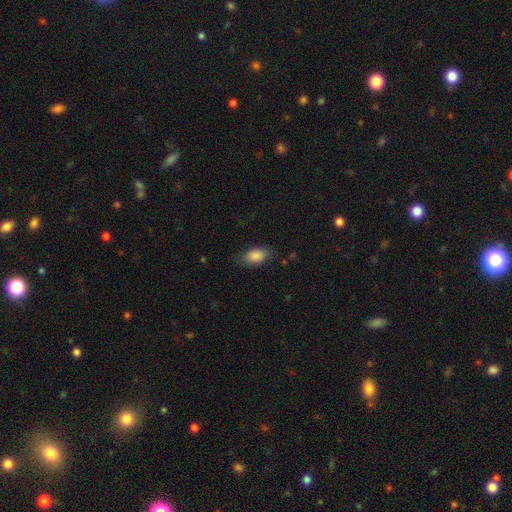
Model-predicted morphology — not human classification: Smooth or featured: smooth — 87% (star or artifact — 7%)
How rounded: in between — 91% (round — 6%)
Merging: none — 77% (minor disturbance — 17%)